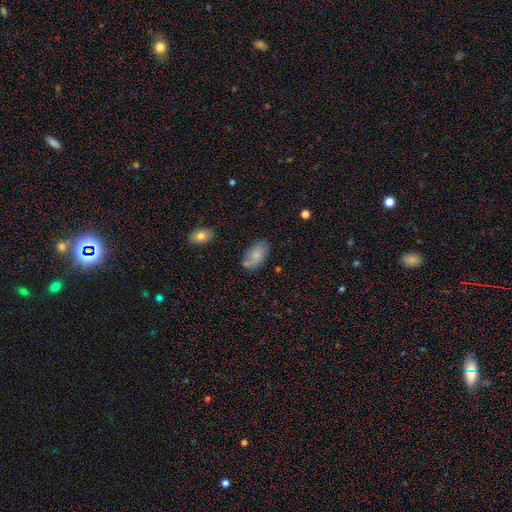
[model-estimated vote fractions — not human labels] Q: Smooth or featured?
A: smooth (73%); runner-up: featured or disk (19%)
Q: How rounded?
A: in between (94%); runner-up: round (4%)
Q: Merging?
A: none (64%); runner-up: minor disturbance (22%)